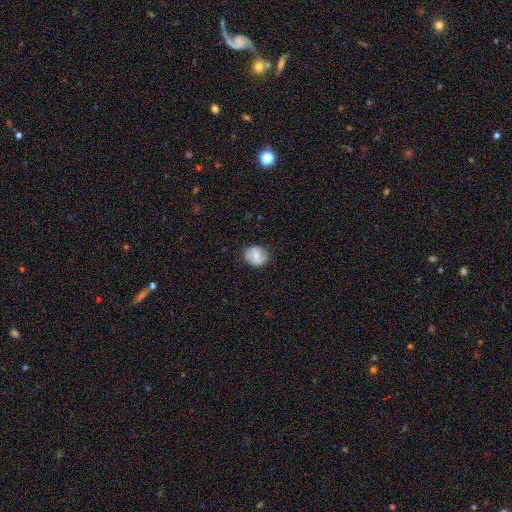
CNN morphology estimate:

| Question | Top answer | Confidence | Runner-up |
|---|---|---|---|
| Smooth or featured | smooth | 59% | featured or disk (33%) |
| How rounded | round | 67% | in between (32%) |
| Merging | none | 80% | minor disturbance (15%) |